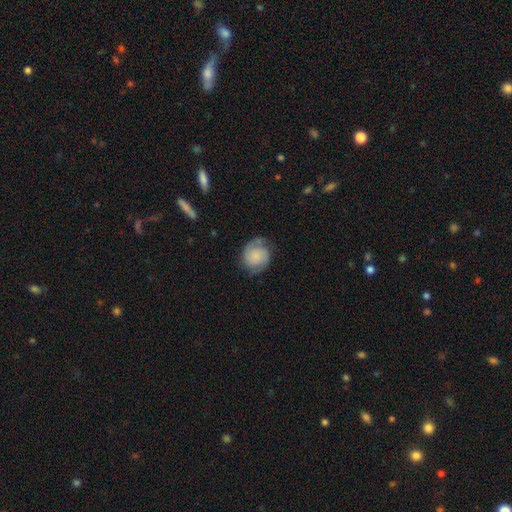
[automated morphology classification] A featured or disk galaxy (61%) with no bar (71%), 2 (83%) tight (46%) spiral arms (94%) and no central bulge (41%).

Vote fractions:
- Smooth or featured? featured or disk: 61% / smooth: 31% / star or artifact: 8%
- Edge-on disk? no: 98% / yes: 2%
- Bar? no: 71% / weak: 25% / strong: 5%
- Spiral arms? yes: 94% / no: 6%
- Spiral winding? tight: 46% / medium: 40% / loose: 13%
- Spiral arm count? 2: 83% / can't tell: 8% / 1: 4% / 3: 4% / 4: 1% / more than 4: 1%
- Bulge size? none: 41% / small: 34% / moderate: 15% / large: 8% / dominant: 3%
- Merging? none: 73% / minor disturbance: 18% / major disturbance: 7% / merger: 1%